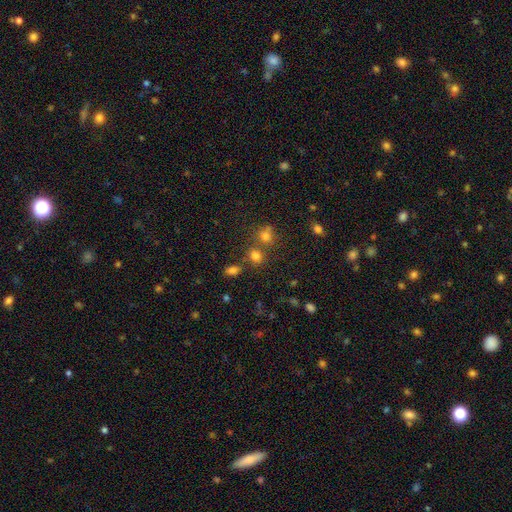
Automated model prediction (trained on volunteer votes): smooth-or-featured: smooth: 74% | star or artifact: 19% | featured or disk: 7%
  how-rounded: round: 70% | in between: 29% | cigar-shaped: 1%
  merging: none: 61% | merger: 25% | minor disturbance: 10% | major disturbance: 4%